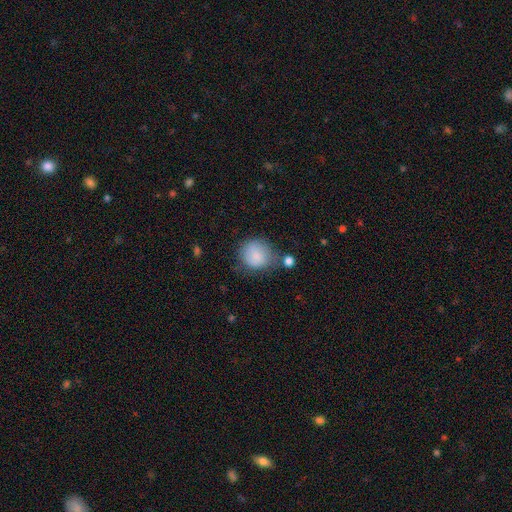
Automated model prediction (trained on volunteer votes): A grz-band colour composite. It shows a smooth galaxy with no disk features (84%) that is round (83%). Merging: none (55%).